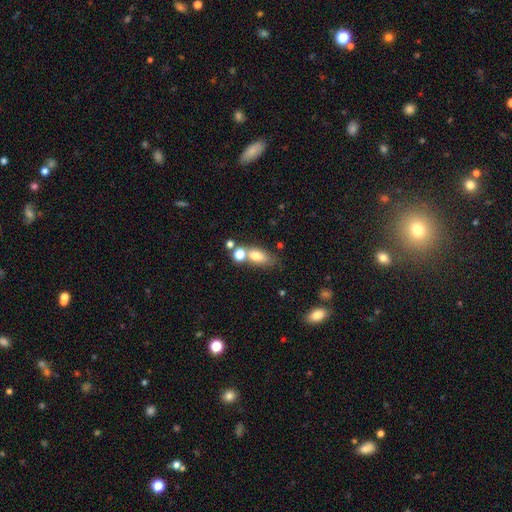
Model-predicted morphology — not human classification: smooth_or_featured: smooth (p=0.73) [alt: featured or disk p=0.16]
how_rounded: in between (p=0.72) [alt: cigar-shaped p=0.15]
merging: none (p=0.47) [alt: merger p=0.31]